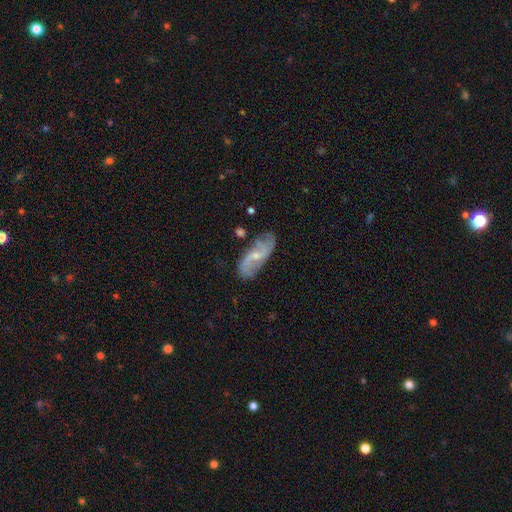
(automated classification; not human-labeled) Morphology: type=featured or disk (74%); edge-on=no (91%); bar=no (46%); spiral arms=yes (91%); winding=loose (49%); arm count=2 (72%); bulge=small (63%); merging=none (71%).